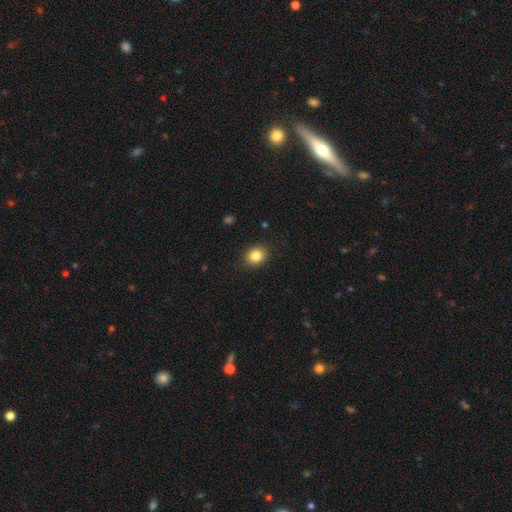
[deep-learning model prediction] Morphology: type=smooth (84%); roundness=round (54%); merging=none (88%).